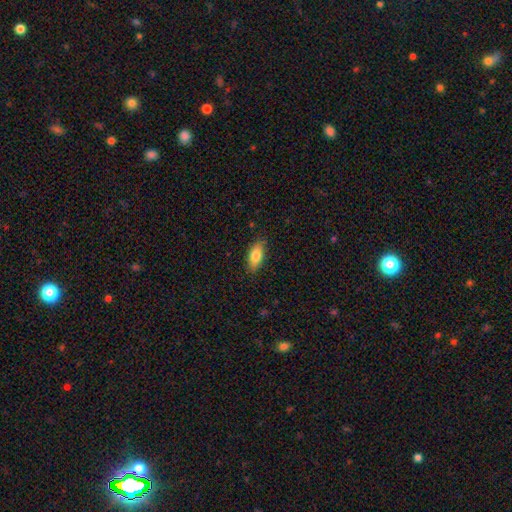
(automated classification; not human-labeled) A smooth galaxy with no disk features (81%) that is in between round and cigar-shaped (84%).

Vote fractions:
- Smooth or featured? smooth: 81% / featured or disk: 12% / star or artifact: 7%
- How rounded? in between: 84% / cigar-shaped: 14% / round: 3%
- Merging? none: 84% / minor disturbance: 12% / major disturbance: 2% / merger: 1%